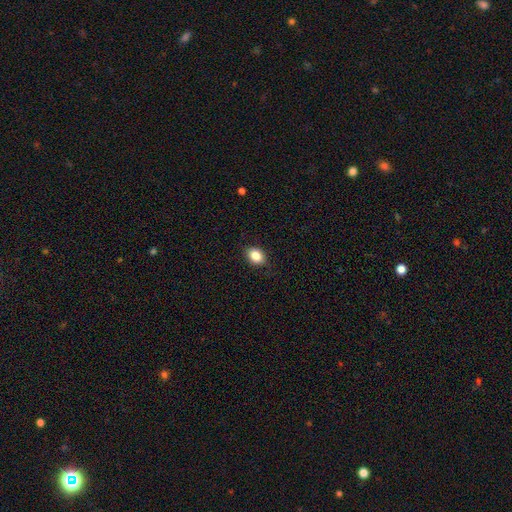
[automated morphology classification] Smooth or featured: smooth — 86% (star or artifact — 9%)
How rounded: in between — 73% (round — 26%)
Merging: none — 87% (minor disturbance — 10%)